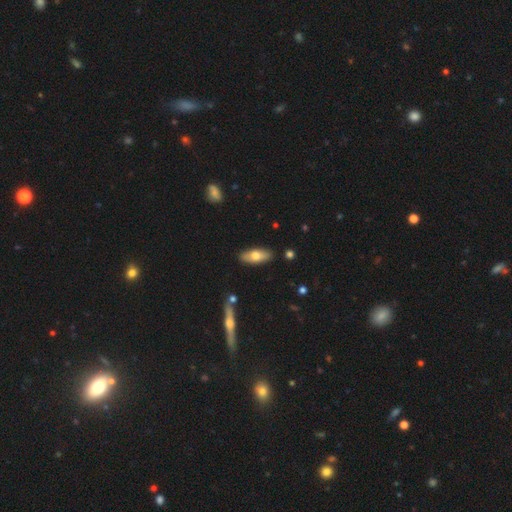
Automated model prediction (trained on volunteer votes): Q: Smooth or featured?
A: smooth (66%); runner-up: featured or disk (28%)
Q: How rounded?
A: in between (73%); runner-up: cigar-shaped (24%)
Q: Merging?
A: none (86%); runner-up: minor disturbance (9%)